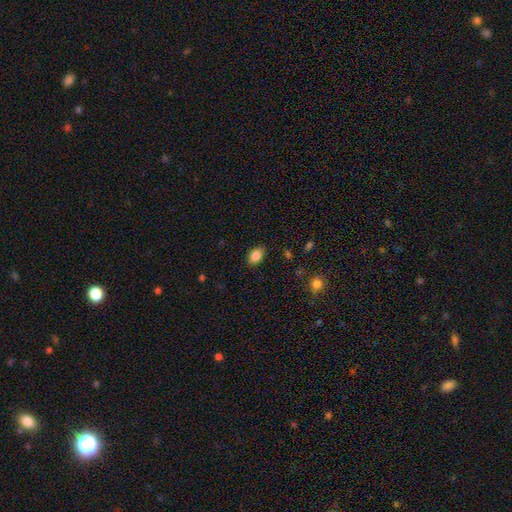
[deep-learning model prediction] Q: Smooth or featured?
A: smooth (85%); runner-up: star or artifact (9%)
Q: How rounded?
A: in between (82%); runner-up: round (17%)
Q: Merging?
A: none (86%); runner-up: minor disturbance (10%)